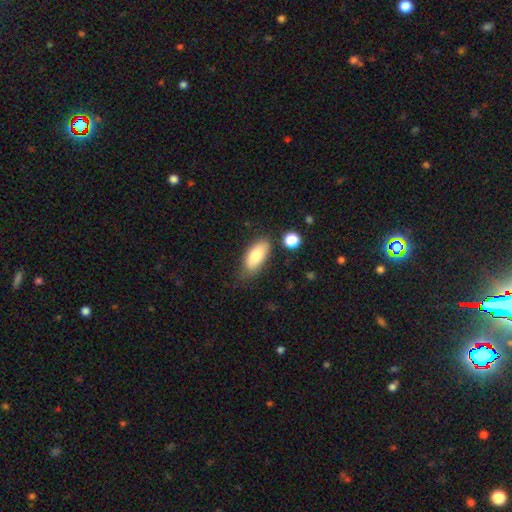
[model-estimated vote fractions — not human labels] Q: Smooth or featured?
A: smooth (79%); runner-up: featured or disk (14%)
Q: How rounded?
A: in between (86%); runner-up: cigar-shaped (11%)
Q: Merging?
A: none (72%); runner-up: minor disturbance (19%)